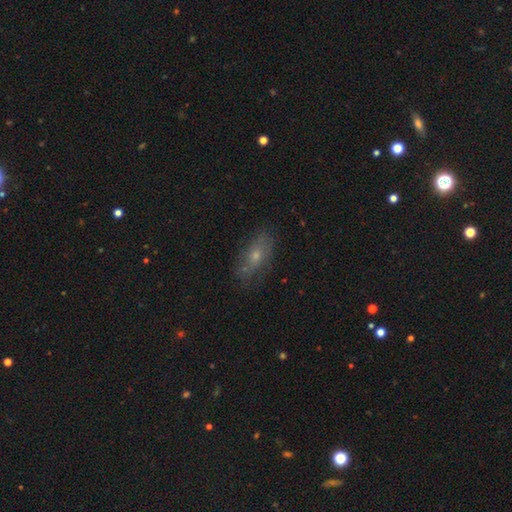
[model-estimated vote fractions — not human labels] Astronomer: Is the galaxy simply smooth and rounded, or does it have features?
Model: smooth — 51% (runner-up: featured or disk, 36%).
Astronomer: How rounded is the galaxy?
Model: in between — 75%.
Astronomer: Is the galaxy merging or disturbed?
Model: none — 74%.